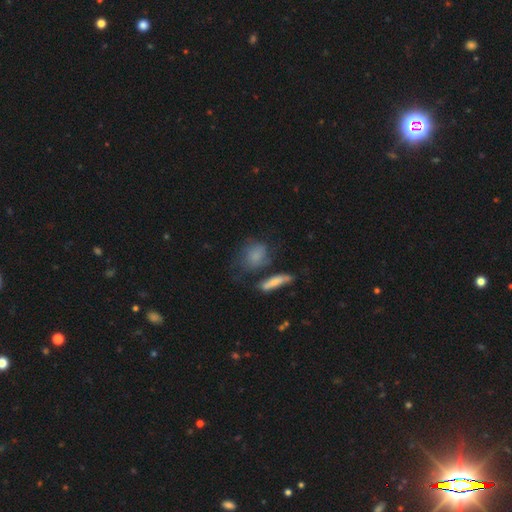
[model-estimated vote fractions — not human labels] smooth 70%, featured or disk 20%, star or artifact 10%. Down the decision tree: how rounded — in between (51%); merging — none (43%).